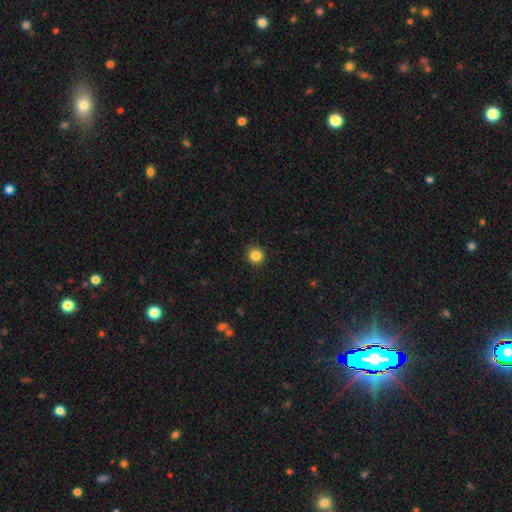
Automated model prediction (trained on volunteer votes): smooth-or-featured: smooth: 85% | star or artifact: 11% | featured or disk: 4%
  how-rounded: round: 93% | in between: 6% | cigar-shaped: 1%
  merging: none: 91% | minor disturbance: 6% | major disturbance: 2% | merger: 1%